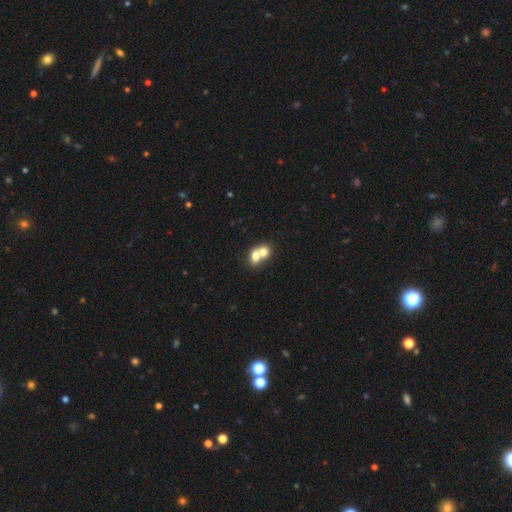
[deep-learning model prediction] A smooth galaxy with no disk features (71%) that is in between round and cigar-shaped (51%).

Vote fractions:
- Smooth or featured? smooth: 71% / featured or disk: 19% / star or artifact: 10%
- How rounded? in between: 51% / round: 47% / cigar-shaped: 1%
- Merging? merger: 70% / none: 22% / minor disturbance: 5% / major disturbance: 3%